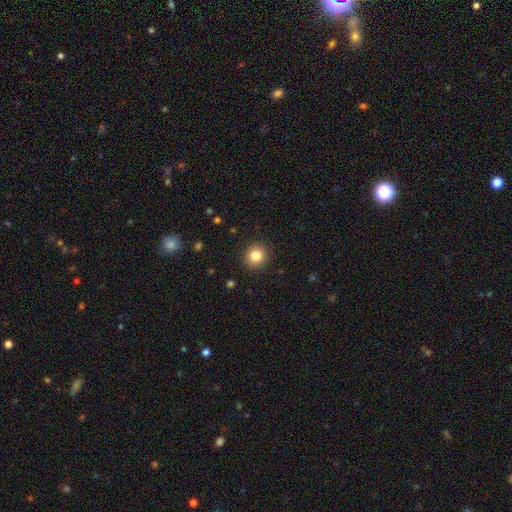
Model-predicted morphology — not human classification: Smooth or featured: smooth — 83% (star or artifact — 10%)
How rounded: round — 88% (in between — 11%)
Merging: none — 91% (minor disturbance — 6%)